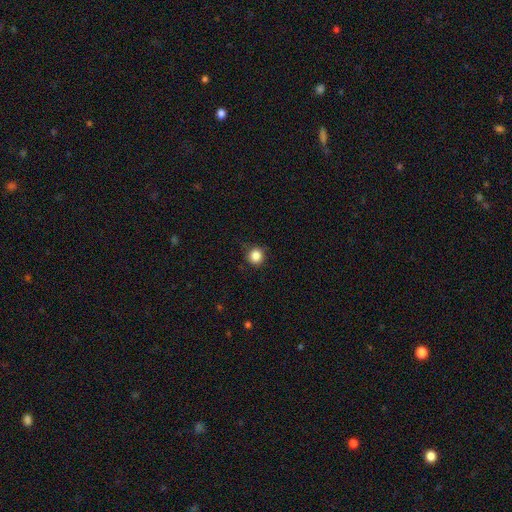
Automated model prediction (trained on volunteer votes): smooth-or-featured: smooth: 85% | star or artifact: 11% | featured or disk: 4%
  how-rounded: round: 92% | in between: 7% | cigar-shaped: 1%
  merging: none: 85% | minor disturbance: 11% | major disturbance: 3% | merger: 1%